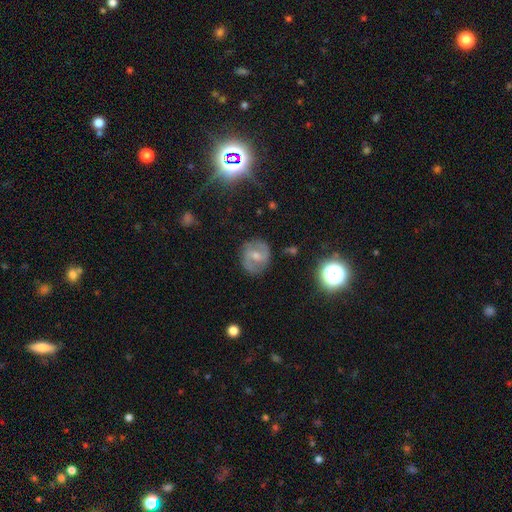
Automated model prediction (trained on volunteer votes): smooth-or-featured: featured or disk: 65% | smooth: 26% | star or artifact: 8%
  disk-edge-on: no: 97% | yes: 3%
    bar: weak: 49% | no: 28% | strong: 22%
    has-spiral-arms: yes: 85% | no: 15%
      spiral-winding: medium: 50% | tight: 25% | loose: 25%
      spiral-arm-count: 2: 86% | can't tell: 8% | 1: 2% | 3: 2% | 4: 1% | more than 4: 1%
    bulge-size: moderate: 48% | small: 46% | none: 3% | large: 2% | dominant: 1%
  merging: none: 79% | minor disturbance: 15% | major disturbance: 5% | merger: 2%